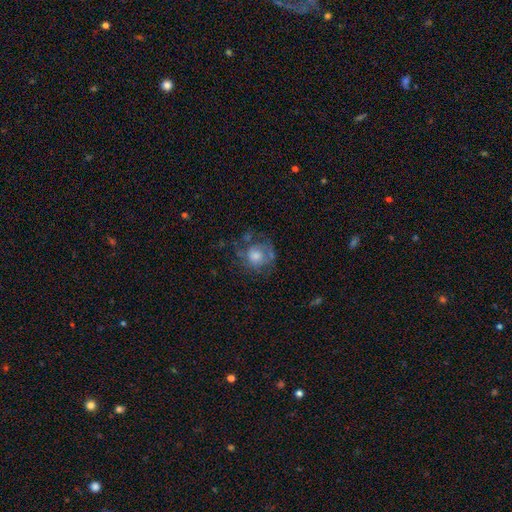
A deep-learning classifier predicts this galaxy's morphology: Smooth or featured: featured or disk — 47% (smooth — 42%)
Merging: none — 54% (minor disturbance — 22%)